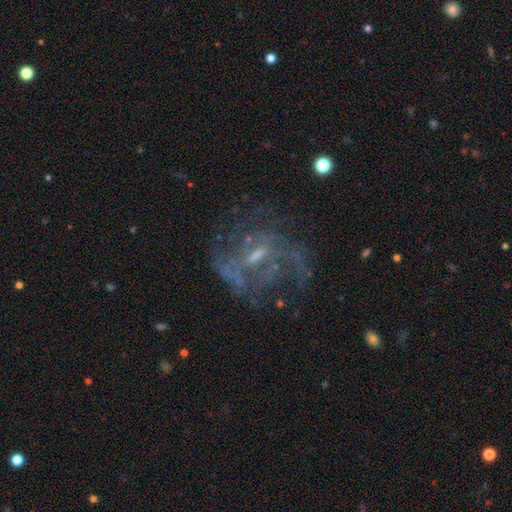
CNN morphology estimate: This is likely a featured or disk galaxy (79%). It is clearly not viewed edge-on (97%). Bar: possibly weak (55%). Spiral arm pattern: likely yes (79%). Spiral arm count: marginally can't tell (38%). Spiral winding: marginally medium (44%). Central bulge: possibly small (48%). Merging: possibly none (55%).